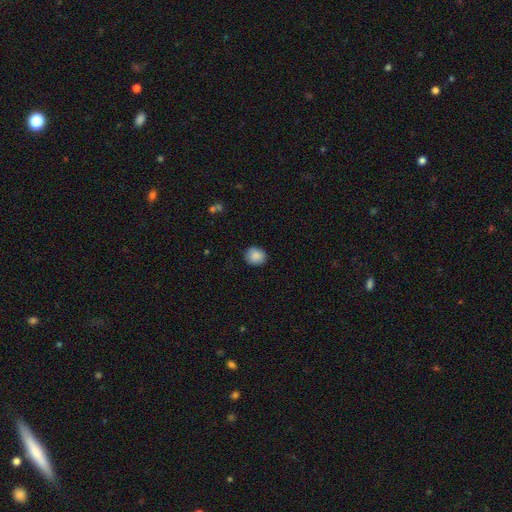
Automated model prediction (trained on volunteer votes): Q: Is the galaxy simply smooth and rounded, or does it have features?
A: smooth — 88%.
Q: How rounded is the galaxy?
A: round — 74%.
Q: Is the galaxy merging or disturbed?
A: none — 88%.